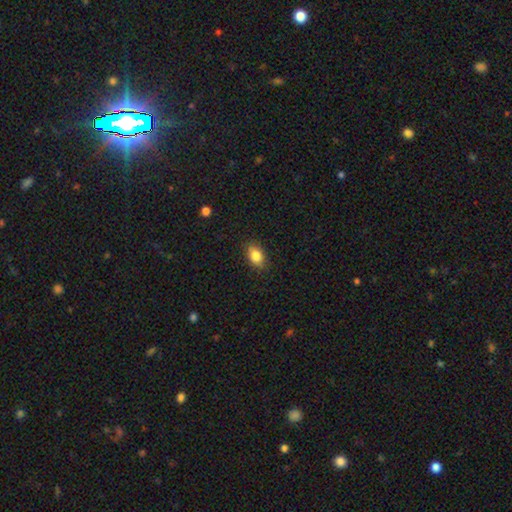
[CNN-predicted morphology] A smooth galaxy with no disk features (85%) that is in between round and cigar-shaped (80%).

Vote fractions:
- Smooth or featured? smooth: 85% / star or artifact: 9% / featured or disk: 6%
- How rounded? in between: 80% / round: 18% / cigar-shaped: 2%
- Merging? none: 85% / minor disturbance: 11% / major disturbance: 3% / merger: 1%